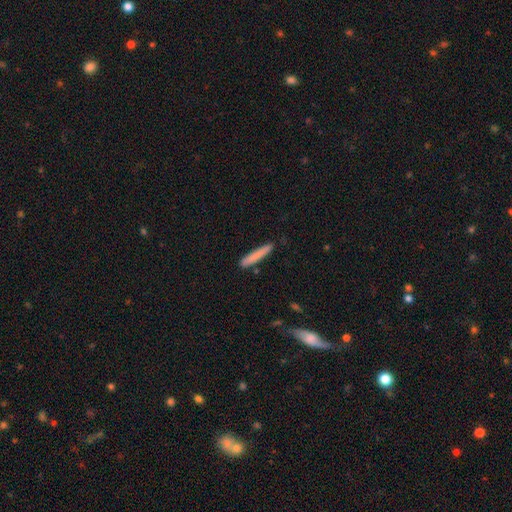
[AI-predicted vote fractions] smooth 81%, featured or disk 13%, star or artifact 6%. Down the decision tree: how rounded — cigar-shaped (95%); merging — none (87%).